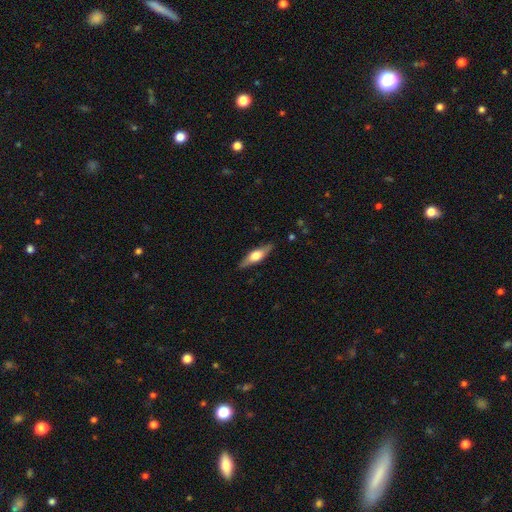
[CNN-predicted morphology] smooth_or_featured: featured or disk (p=0.61) [alt: smooth p=0.34]
disk_edge_on: yes (p=0.94) [alt: no p=0.06]
edge_on_bulge: rounded (p=0.89) [alt: boxy p=0.09]
merging: none (p=0.86) [alt: minor disturbance p=0.10]